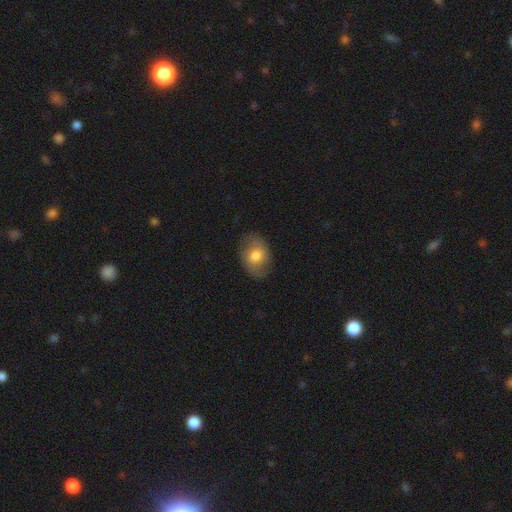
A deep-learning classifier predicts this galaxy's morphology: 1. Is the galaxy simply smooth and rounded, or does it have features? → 65% smooth, 27% featured or disk, 7% star or artifact.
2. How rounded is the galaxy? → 73% in between, 26% round, 1% cigar-shaped.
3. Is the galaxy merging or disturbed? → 74% none, 19% minor disturbance, 6% major disturbance, 1% merger.